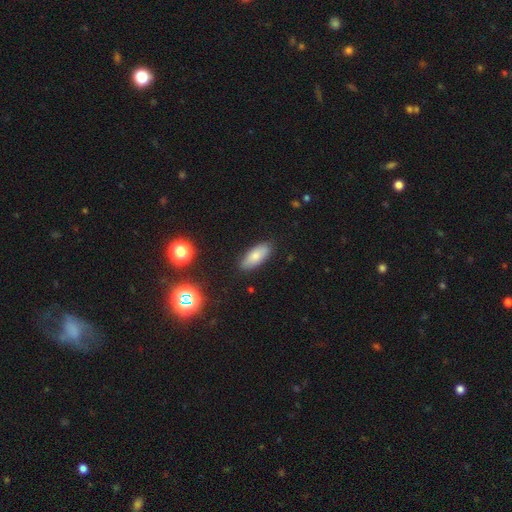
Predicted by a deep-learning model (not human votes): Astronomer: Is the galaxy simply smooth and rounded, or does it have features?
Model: smooth — 78%.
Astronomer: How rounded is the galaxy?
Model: in between — 83%.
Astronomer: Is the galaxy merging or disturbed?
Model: none — 86%.